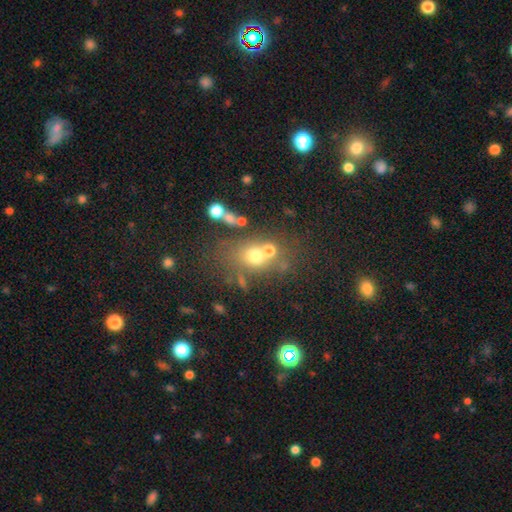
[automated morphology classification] Q: Smooth or featured?
A: smooth (62%); runner-up: star or artifact (19%)
Q: How rounded?
A: round (63%); runner-up: in between (35%)
Q: Merging?
A: none (46%); runner-up: merger (34%)